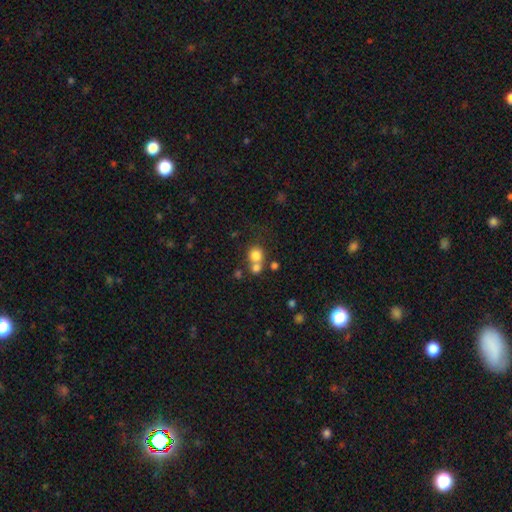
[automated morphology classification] The model was most divided on "merging": none: 47%, merger: 41%, minor disturbance: 7%, major disturbance: 4%. More confident: how rounded — round (86%); smooth or featured — smooth (78%).